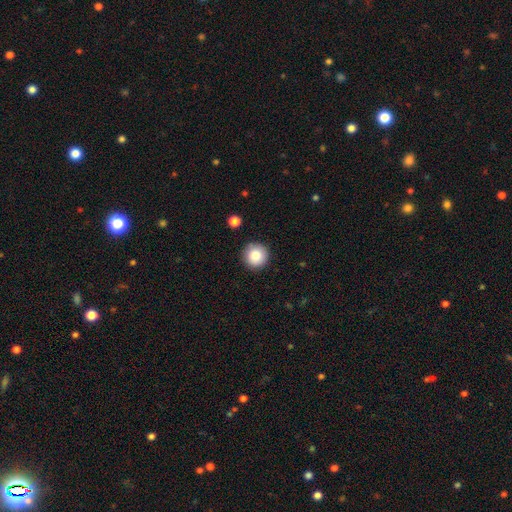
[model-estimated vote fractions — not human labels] Morphology: type=smooth (85%); roundness=round (96%); merging=none (90%).